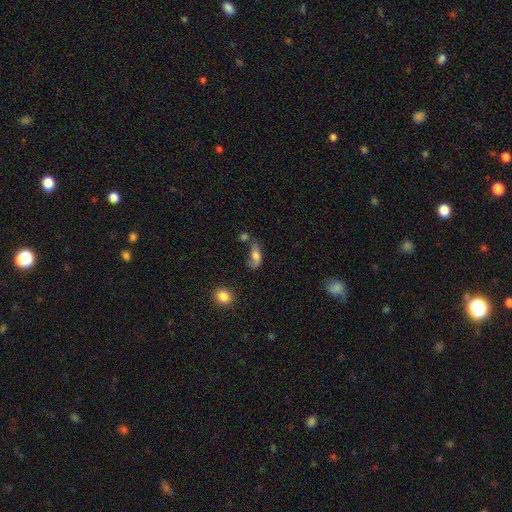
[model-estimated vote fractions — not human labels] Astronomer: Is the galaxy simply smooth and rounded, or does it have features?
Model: smooth — 67%.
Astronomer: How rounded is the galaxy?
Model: in between — 82%.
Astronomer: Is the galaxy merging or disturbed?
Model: none — 33% (runner-up: minor disturbance, 28%).